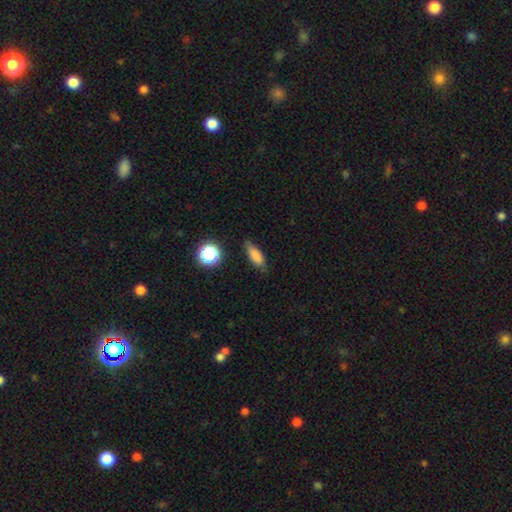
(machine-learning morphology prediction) Q: Smooth or featured?
A: smooth (79%); runner-up: featured or disk (11%)
Q: How rounded?
A: in between (64%); runner-up: cigar-shaped (30%)
Q: Merging?
A: none (69%); runner-up: minor disturbance (23%)